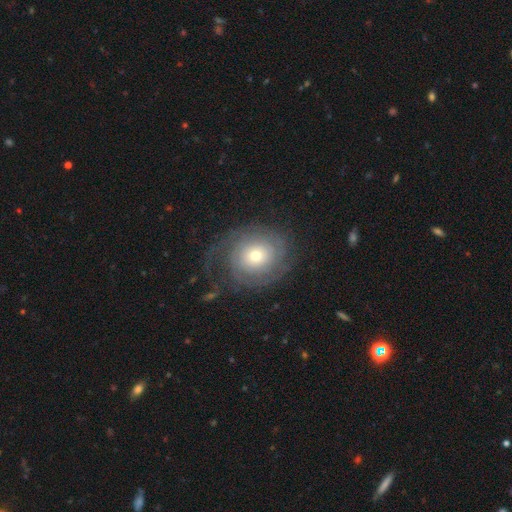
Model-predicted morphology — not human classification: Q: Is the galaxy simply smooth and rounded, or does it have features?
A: featured or disk — 72%.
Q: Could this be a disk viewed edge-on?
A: no — 97%.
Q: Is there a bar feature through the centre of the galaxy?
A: no — 82%.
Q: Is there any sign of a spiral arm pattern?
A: yes — 88%.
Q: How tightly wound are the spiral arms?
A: tight — 70%.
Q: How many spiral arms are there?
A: can't tell — 40%.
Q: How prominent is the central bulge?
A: moderate — 49%.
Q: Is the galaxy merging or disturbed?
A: none — 66%.